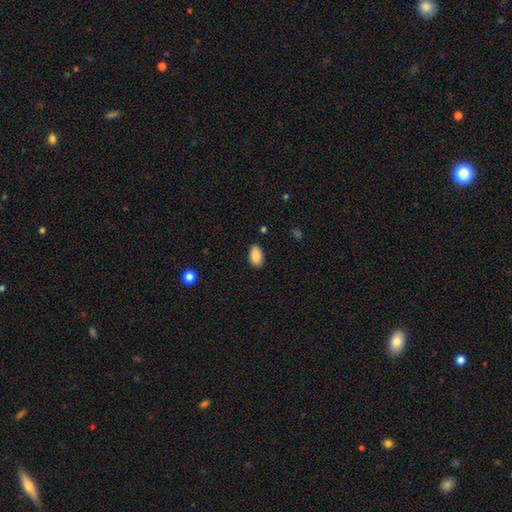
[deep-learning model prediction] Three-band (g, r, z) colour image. It shows a smooth galaxy with no disk features (89%) that is in between round and cigar-shaped (93%). Merging: none (86%).